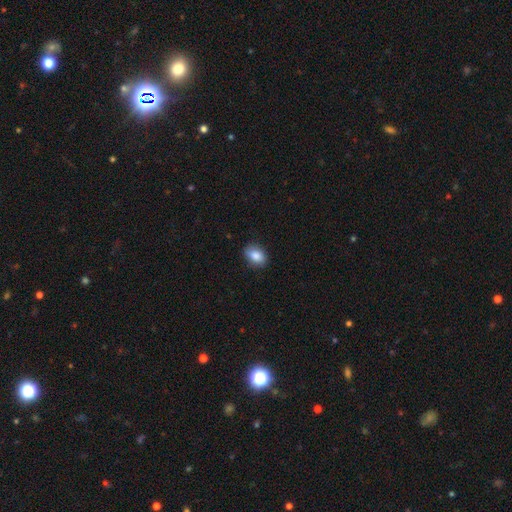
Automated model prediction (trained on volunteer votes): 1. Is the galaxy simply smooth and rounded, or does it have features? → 86% smooth, 8% star or artifact, 7% featured or disk.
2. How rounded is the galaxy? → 82% in between, 17% round, 2% cigar-shaped.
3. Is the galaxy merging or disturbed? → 86% none, 11% minor disturbance, 2% major disturbance, 1% merger.